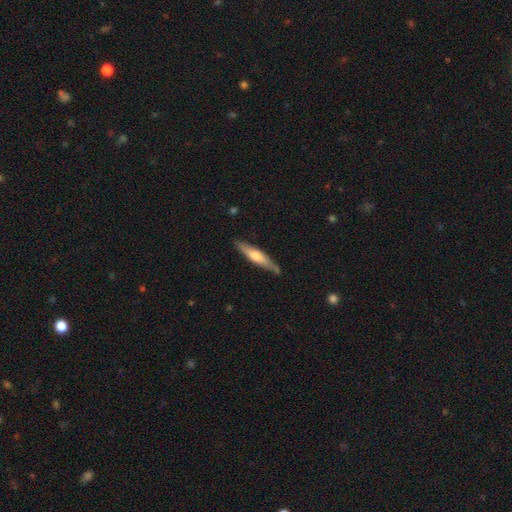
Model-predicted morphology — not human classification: smooth-or-featured: featured or disk: 48% | smooth: 47% | star or artifact: 5%
  merging: none: 82% | minor disturbance: 13% | merger: 2% | major disturbance: 2%